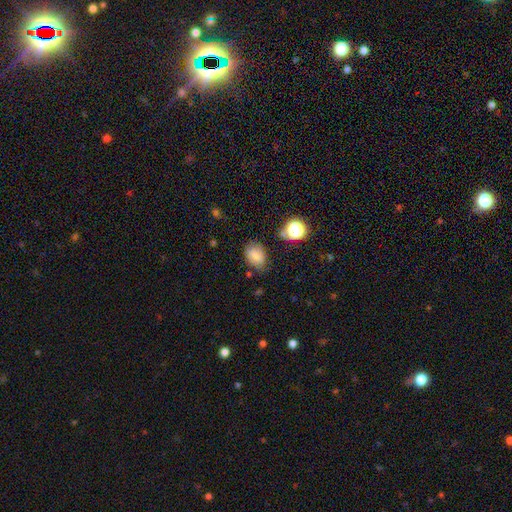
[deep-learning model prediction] Smooth or featured: smooth — 78% (star or artifact — 12%)
How rounded: in between — 69% (round — 30%)
Merging: none — 68% (minor disturbance — 23%)